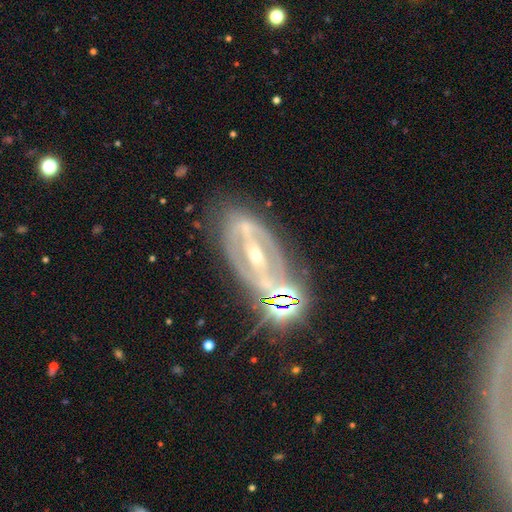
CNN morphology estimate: smooth-or-featured: featured or disk: 83% | star or artifact: 9% | smooth: 9%
  disk-edge-on: no: 88% | yes: 12%
    bar: strong: 56% | weak: 24% | no: 20%
    has-spiral-arms: yes: 71% | no: 29%
      spiral-winding: tight: 48% | medium: 37% | loose: 16%
      spiral-arm-count: 2: 64% | can't tell: 22% | 1: 5% | 3: 4% | 4: 2% | more than 4: 2%
    bulge-size: small: 57% | moderate: 38% | large: 2% | none: 2% | dominant: 1%
  merging: none: 66% | minor disturbance: 17% | major disturbance: 10% | merger: 7%